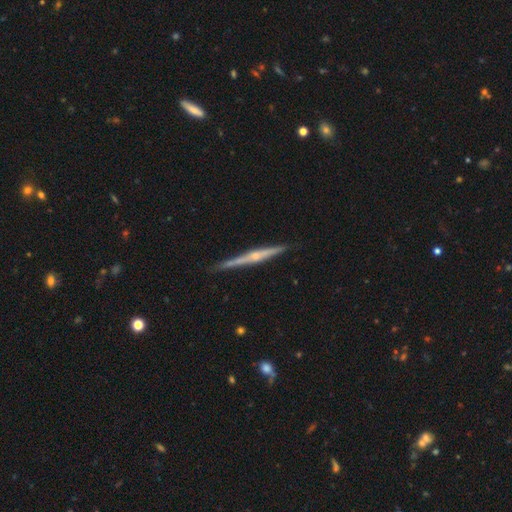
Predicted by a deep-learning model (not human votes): smooth-or-featured: featured or disk: 72% | smooth: 21% | star or artifact: 7%
  disk-edge-on: yes: 97% | no: 3%
    edge-on-bulge: rounded: 66% | none: 27% | boxy: 7%
  merging: none: 87% | minor disturbance: 9% | major disturbance: 2% | merger: 2%